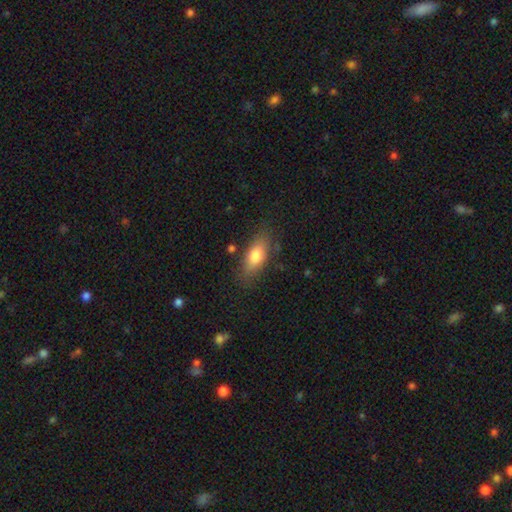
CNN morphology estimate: type=smooth (76%); roundness=in between (79%); merging=none (78%).